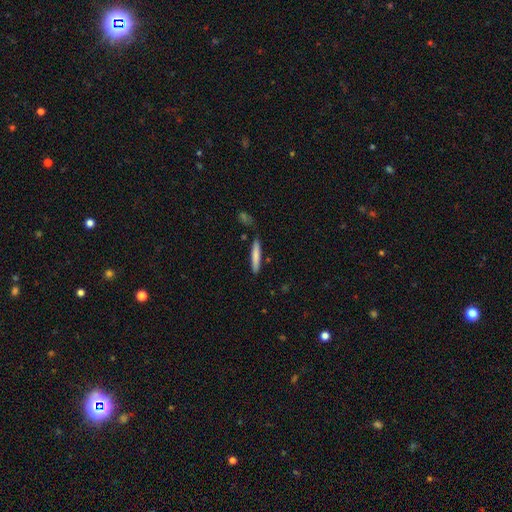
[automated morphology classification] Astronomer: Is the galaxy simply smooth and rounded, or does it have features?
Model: smooth — 76%.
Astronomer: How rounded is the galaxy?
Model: cigar-shaped — 92%.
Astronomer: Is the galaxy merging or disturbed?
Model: none — 82%.